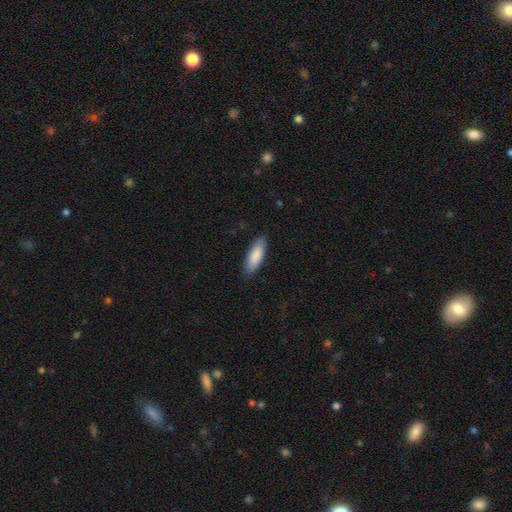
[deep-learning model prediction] Overall: smooth (86%). How rounded: in between (58%; cigar-shaped 40%). Merging: none (84%).